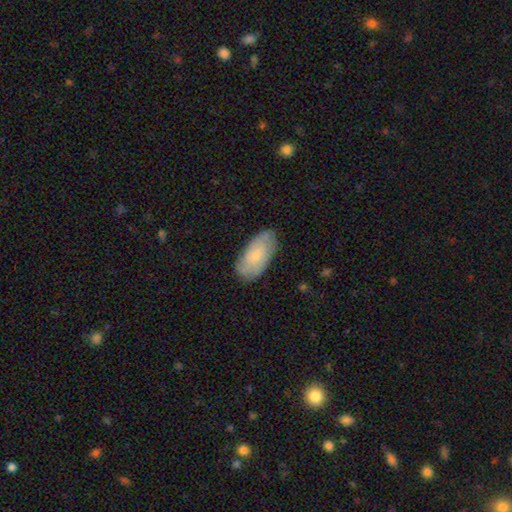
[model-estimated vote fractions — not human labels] The model was most divided on "smooth or featured": smooth: 59%, featured or disk: 34%, star or artifact: 6%. More confident: how rounded — in between (92%); merging — none (78%).